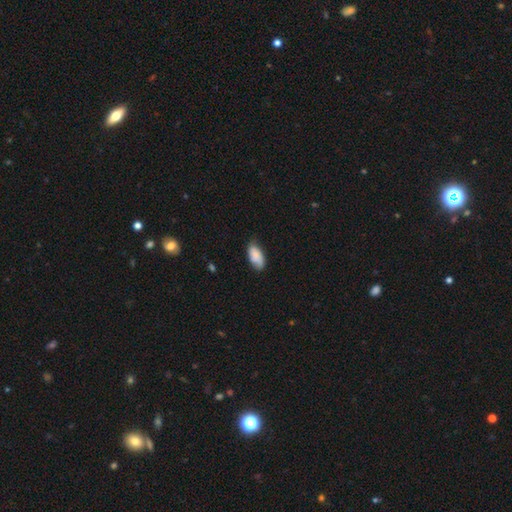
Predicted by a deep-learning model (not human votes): A smooth galaxy with no disk features (79%) that is in between round and cigar-shaped (92%). Merging: none (66%).